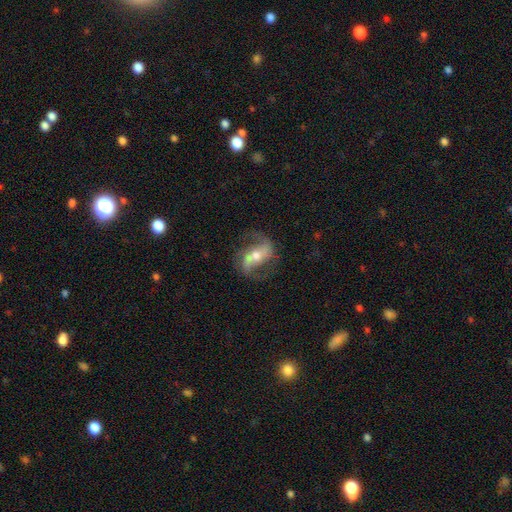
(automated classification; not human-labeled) Smooth or featured? Predicted: featured or disk (p=0.86). Edge-on disk? Predicted: no (p=0.95). Bar? Predicted: strong (p=0.43). Spiral arms? Predicted: yes (p=0.95). Spiral winding? Predicted: loose (p=0.49). Spiral arm count? Predicted: 2 (p=0.92). Bulge size? Predicted: moderate (p=0.59). Merging? Predicted: none (p=0.76).